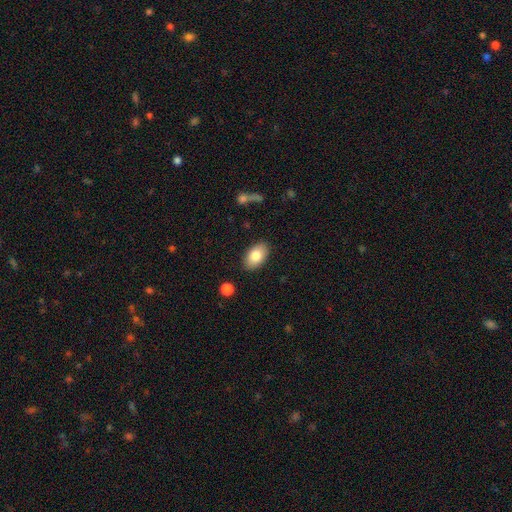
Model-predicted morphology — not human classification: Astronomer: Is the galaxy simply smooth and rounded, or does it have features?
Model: smooth — 81%.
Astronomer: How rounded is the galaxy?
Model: in between — 92%.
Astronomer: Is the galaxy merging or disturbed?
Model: none — 87%.